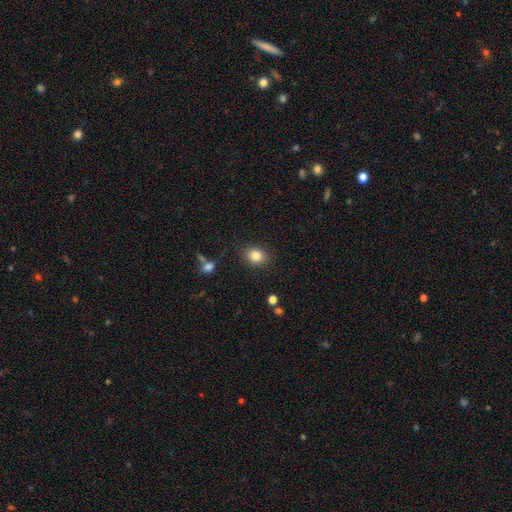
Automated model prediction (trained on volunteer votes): Smooth or featured? smooth (83%)
How rounded? round (52%)
Merging? none (86%)